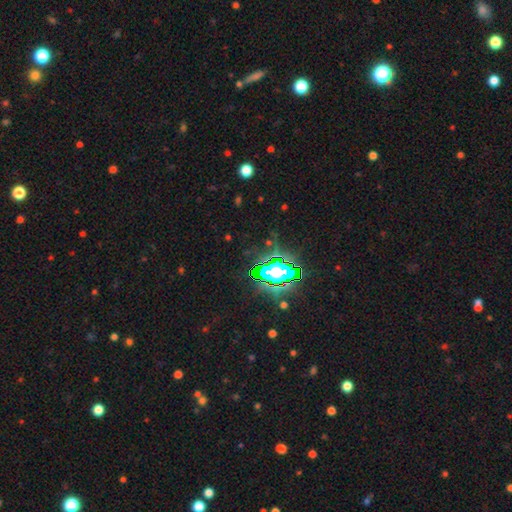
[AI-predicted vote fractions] Smooth or featured? star or artifact (81%)